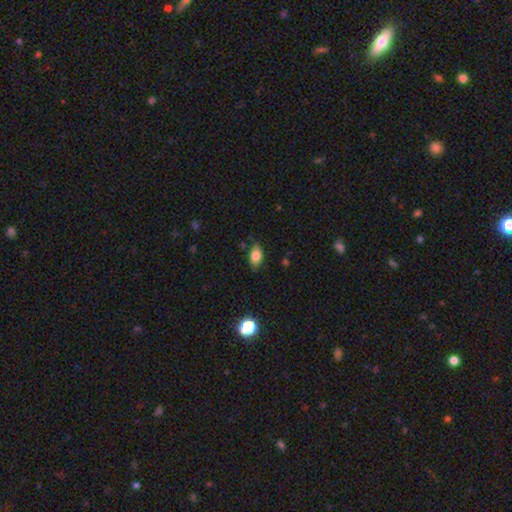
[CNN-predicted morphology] A smooth galaxy with no disk features (81%) that is in between round and cigar-shaped (89%).

Vote fractions:
- Smooth or featured? smooth: 81% / featured or disk: 11% / star or artifact: 8%
- How rounded? in between: 89% / round: 8% / cigar-shaped: 3%
- Merging? none: 82% / minor disturbance: 14% / major disturbance: 3% / merger: 2%